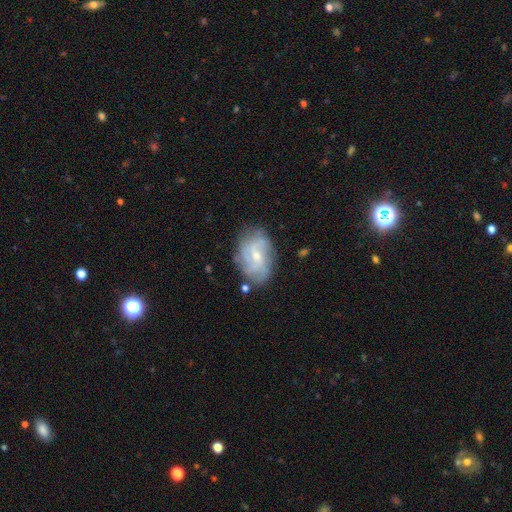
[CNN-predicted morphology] A featured or disk galaxy (74%) with no bar (48%), medium (40%) spiral arms (87%) and a small central bulge (57%).

Vote fractions:
- Smooth or featured? featured or disk: 74% / smooth: 19% / star or artifact: 7%
- Edge-on disk? no: 96% / yes: 4%
- Bar? no: 48% / weak: 44% / strong: 8%
- Spiral arms? yes: 87% / no: 13%
- Spiral winding? medium: 40% / tight: 36% / loose: 24%
- Spiral arm count? can't tell: 37% / 2: 22% / 3: 18% / 4: 14% / more than 4: 5% / 1: 4%
- Bulge size? small: 57% / moderate: 39% / none: 2% / large: 1% / dominant: 1%
- Merging? none: 69% / minor disturbance: 20% / major disturbance: 8% / merger: 3%